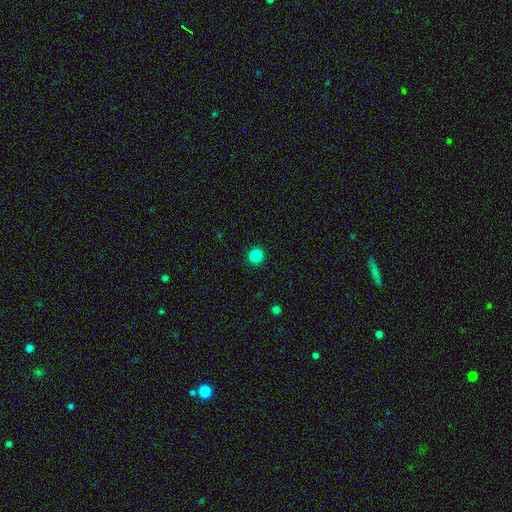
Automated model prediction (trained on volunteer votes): smooth-or-featured: smooth: 85% | star or artifact: 11% | featured or disk: 3%
  how-rounded: round: 94% | in between: 5% | cigar-shaped: 1%
  merging: none: 93% | minor disturbance: 4% | major disturbance: 2% | merger: 1%